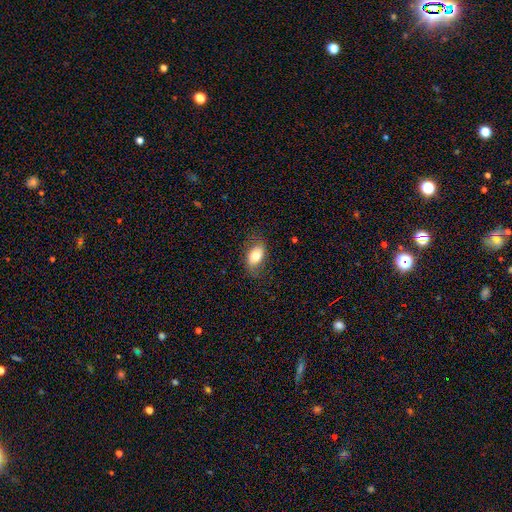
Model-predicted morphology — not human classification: Overall: smooth (74%). How rounded: in between (89%). Merging: none (76%).